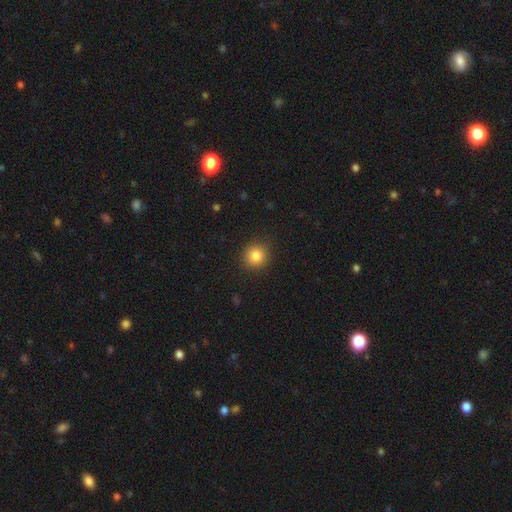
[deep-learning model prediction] Morphology: type=smooth (84%); roundness=round (89%); merging=none (89%).